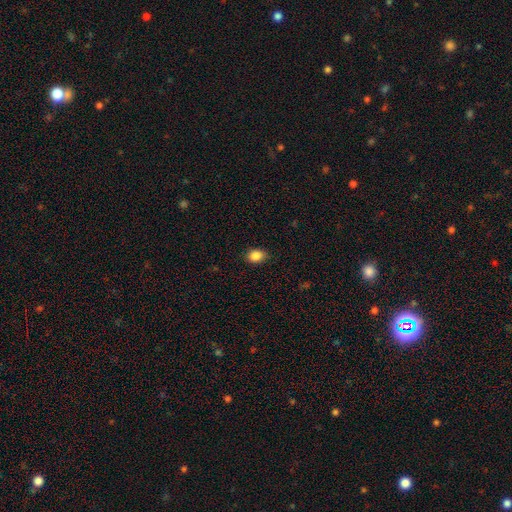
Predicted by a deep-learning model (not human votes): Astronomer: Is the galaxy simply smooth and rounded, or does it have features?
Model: smooth — 87%.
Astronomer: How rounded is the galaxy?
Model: in between — 63%.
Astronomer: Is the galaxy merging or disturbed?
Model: none — 83%.